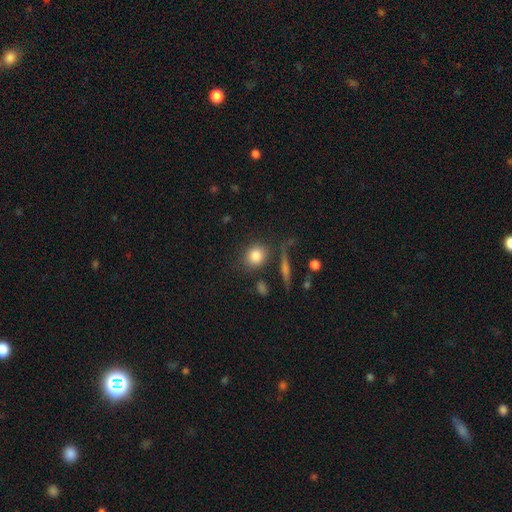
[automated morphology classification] This appears to be a smooth galaxy with no disk features (82%) that is round (73%). Merging: none (76%).